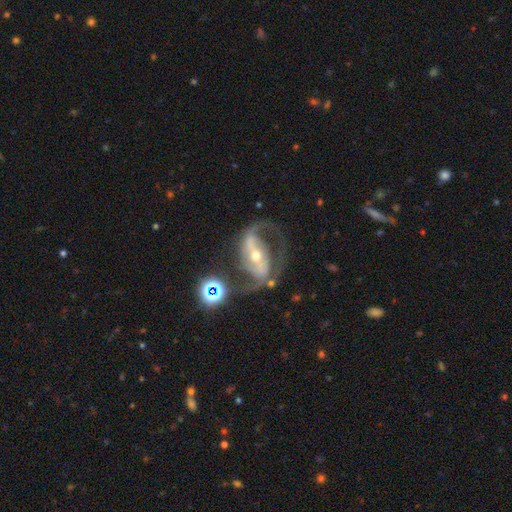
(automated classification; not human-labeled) A featured or disk galaxy (87%) with a strong bar (57%), 2 (88%) medium (53%) spiral arms (94%) and a small central bulge (49%).

Vote fractions:
- Smooth or featured? featured or disk: 87% / star or artifact: 7% / smooth: 6%
- Edge-on disk? no: 96% / yes: 4%
- Bar? strong: 57% / weak: 26% / no: 17%
- Spiral arms? yes: 94% / no: 6%
- Spiral winding? medium: 53% / loose: 31% / tight: 15%
- Spiral arm count? 2: 88% / 1: 4% / can't tell: 4% / 3: 2% / 4: 1% / more than 4: 1%
- Bulge size? small: 49% / moderate: 47% / large: 3% / none: 1% / dominant: 1%
- Merging? none: 60% / major disturbance: 19% / minor disturbance: 16% / merger: 5%